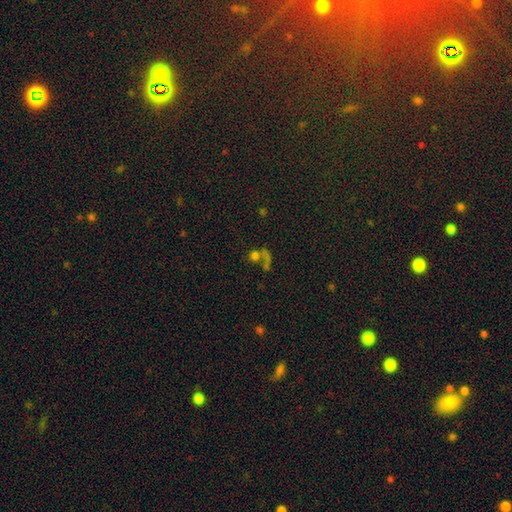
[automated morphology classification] A smooth galaxy with no disk features (50%) that is round (75%). Merging: merger (43%).